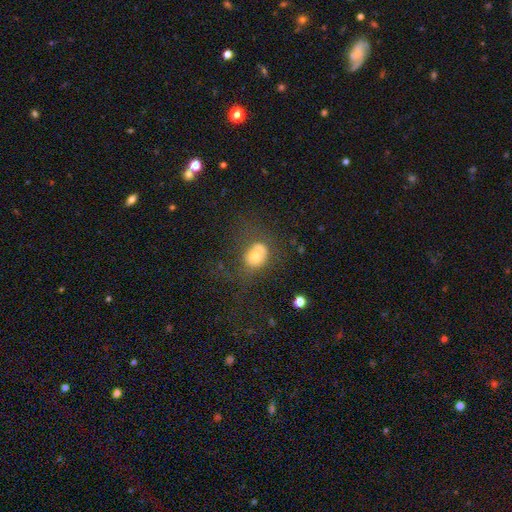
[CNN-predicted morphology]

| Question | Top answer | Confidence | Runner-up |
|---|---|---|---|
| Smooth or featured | smooth | 65% | featured or disk (22%) |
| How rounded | in between | 56% | round (43%) |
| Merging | none | 41% | major disturbance (27%) |